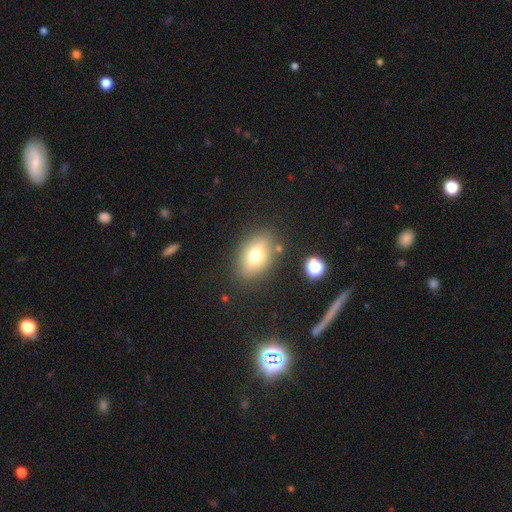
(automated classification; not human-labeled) Overall: smooth (71%). How rounded: in between (79%). Merging: none (80%).